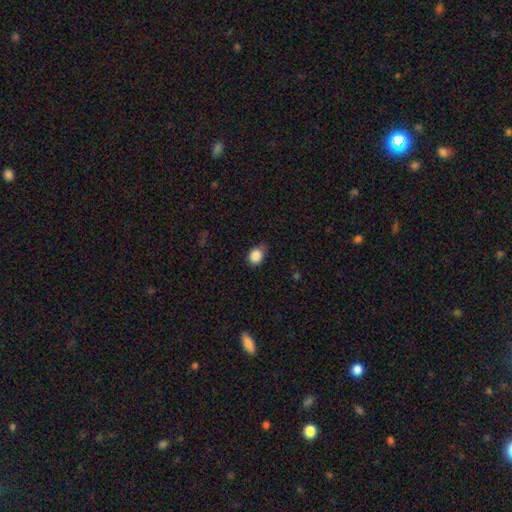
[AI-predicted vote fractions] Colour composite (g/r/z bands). It shows a smooth galaxy with no disk features (87%) that is round (52%). Merging: none (59%).